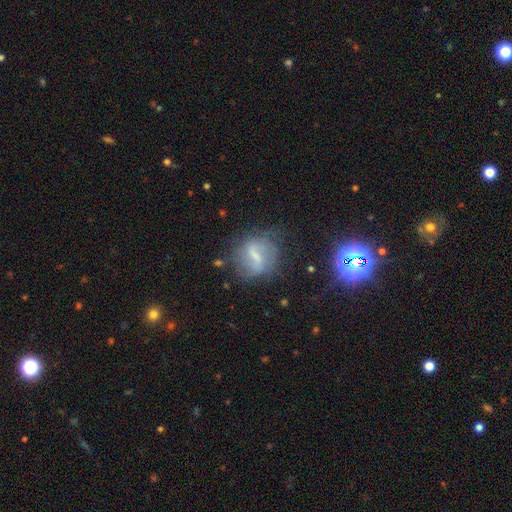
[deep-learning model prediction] Smooth or featured? featured or disk (61%)
Edge-on disk? no (93%)
Bar? strong (47%)
Spiral arms? yes (67%)
Bulge size? small (43%)
Merging? none (60%)